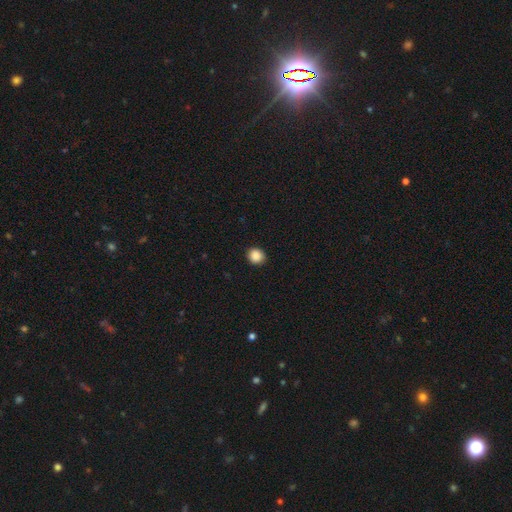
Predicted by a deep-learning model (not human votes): A smooth galaxy with no disk features (88%) that is round (81%). Merging: none (90%).